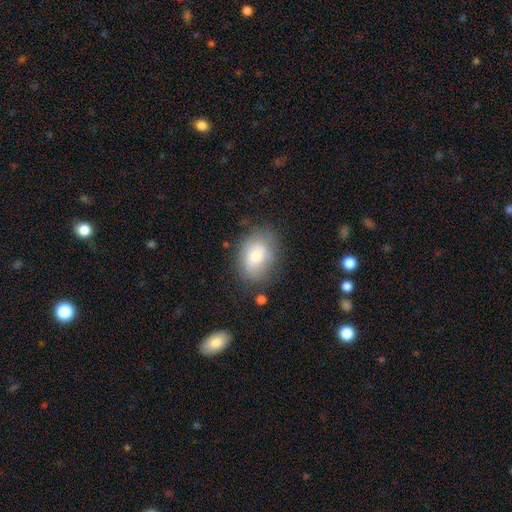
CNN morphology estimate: Q: Smooth or featured?
A: smooth (73%); runner-up: featured or disk (19%)
Q: How rounded?
A: in between (77%); runner-up: round (22%)
Q: Merging?
A: none (71%); runner-up: minor disturbance (20%)